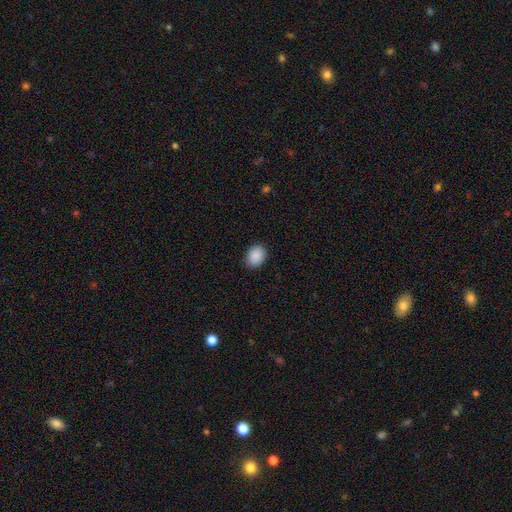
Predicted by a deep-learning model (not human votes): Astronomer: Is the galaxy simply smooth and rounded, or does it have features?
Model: smooth — 90%.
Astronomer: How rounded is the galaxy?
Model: in between — 66%.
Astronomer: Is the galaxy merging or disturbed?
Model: none — 88%.